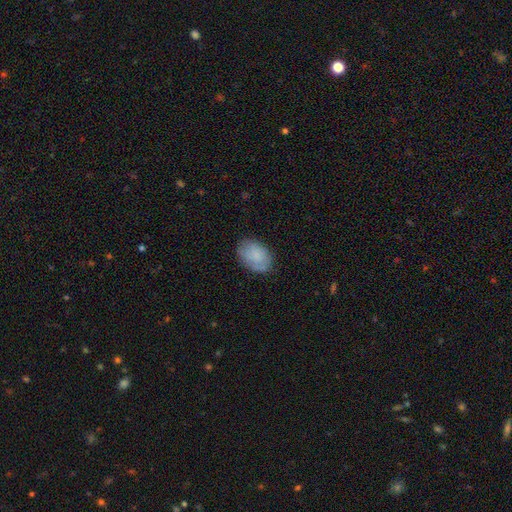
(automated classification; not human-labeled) Q: Smooth or featured?
A: smooth (77%); runner-up: featured or disk (16%)
Q: How rounded?
A: in between (84%); runner-up: round (14%)
Q: Merging?
A: none (74%); runner-up: minor disturbance (19%)